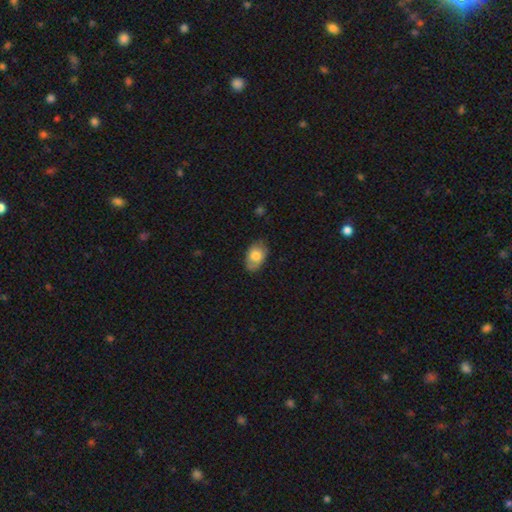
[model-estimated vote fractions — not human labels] Smooth or featured? Predicted: smooth (p=0.75). How rounded? Predicted: in between (p=0.89). Merging? Predicted: none (p=0.75).